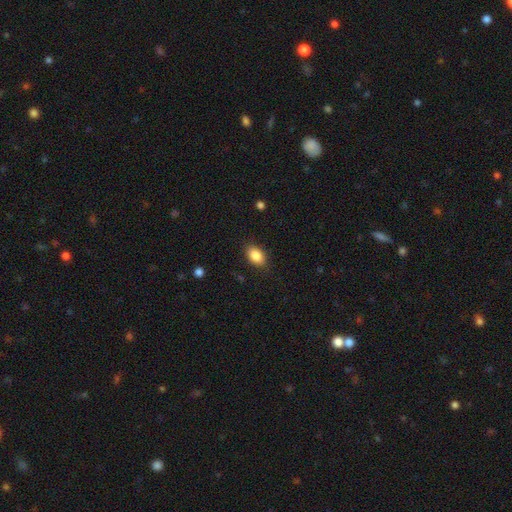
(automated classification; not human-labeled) The model was most divided on "how rounded": in between: 87%, round: 12%, cigar-shaped: 2%. More confident: smooth or featured — smooth (87%); merging — none (86%).